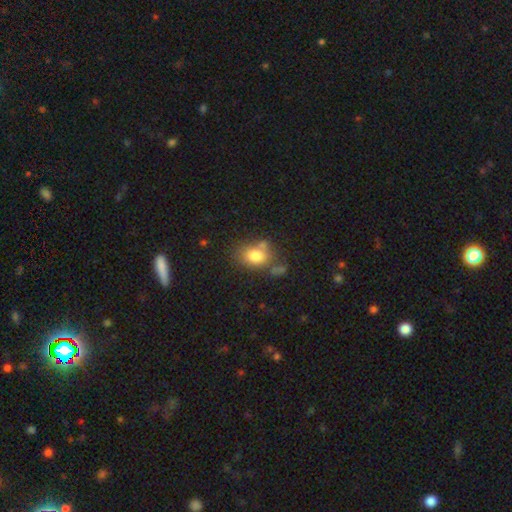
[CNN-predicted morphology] This is likely a smooth galaxy (79%). How rounded: likely in between (69%). Merging: possibly none (55%).